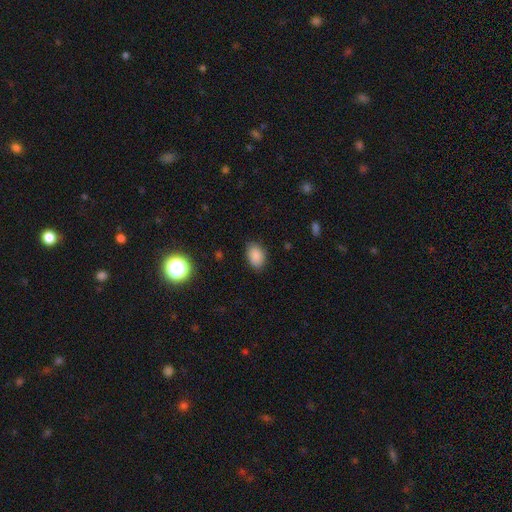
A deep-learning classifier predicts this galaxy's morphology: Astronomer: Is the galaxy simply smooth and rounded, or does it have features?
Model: smooth — 86%.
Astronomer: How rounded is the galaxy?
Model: in between — 82%.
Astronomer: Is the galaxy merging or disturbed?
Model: none — 82%.